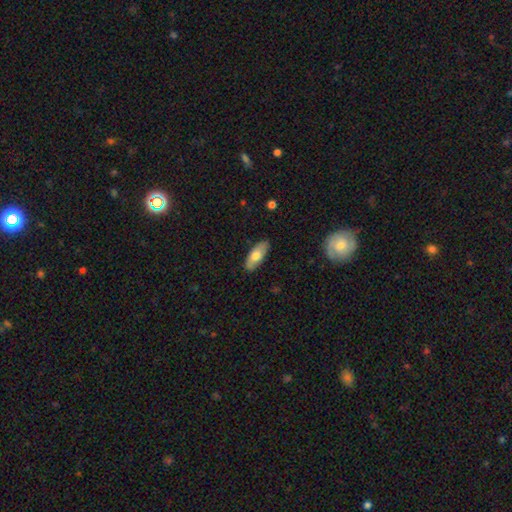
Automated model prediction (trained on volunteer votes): Overall: smooth (68%). How rounded: in between (83%). Merging: none (84%).